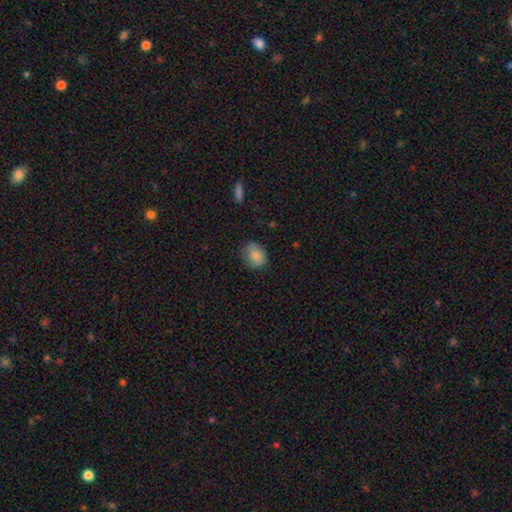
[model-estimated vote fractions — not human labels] Overall: smooth (79%). How rounded: round (60%; in between 39%). Merging: none (66%).